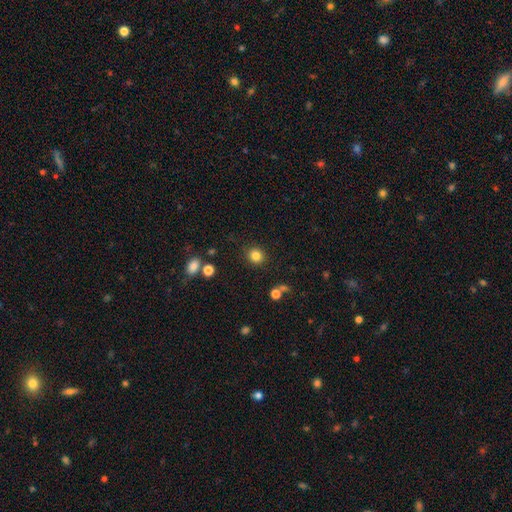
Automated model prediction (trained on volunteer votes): smooth_or_featured: smooth (p=0.83) [alt: star or artifact p=0.11]
how_rounded: round (p=0.87) [alt: in between p=0.12]
merging: none (p=0.87) [alt: minor disturbance p=0.07]